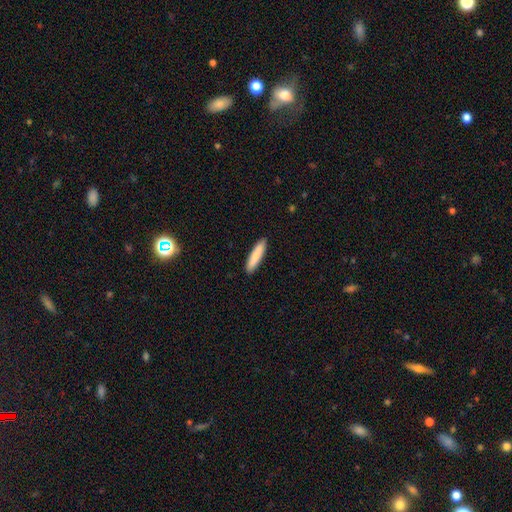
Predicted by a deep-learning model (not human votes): This appears to be a smooth galaxy with no disk features (86%) that is cigar-shaped (85%). Merging: none (91%).